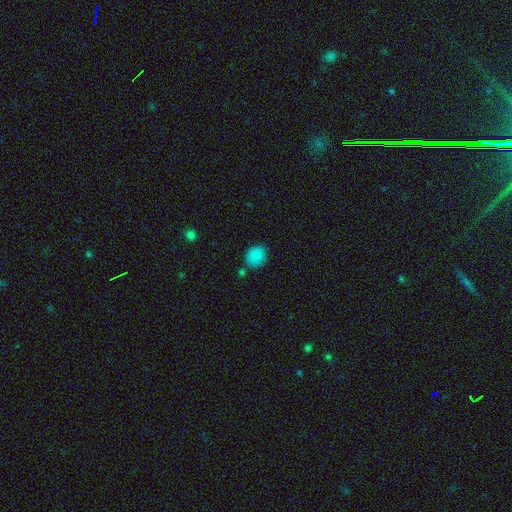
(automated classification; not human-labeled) A smooth galaxy with no disk features (86%) that is round (68%).

Vote fractions:
- Smooth or featured? smooth: 86% / star or artifact: 9% / featured or disk: 4%
- How rounded? round: 68% / in between: 31% / cigar-shaped: 1%
- Merging? none: 77% / minor disturbance: 14% / merger: 6% / major disturbance: 3%